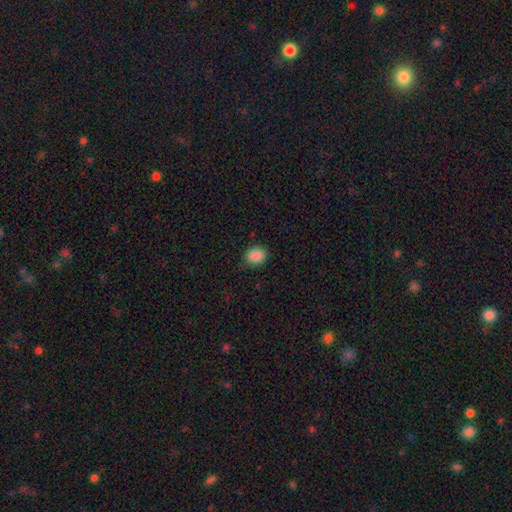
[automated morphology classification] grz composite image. It shows a smooth galaxy with no disk features (87%) that is round (66%). Merging: none (85%).